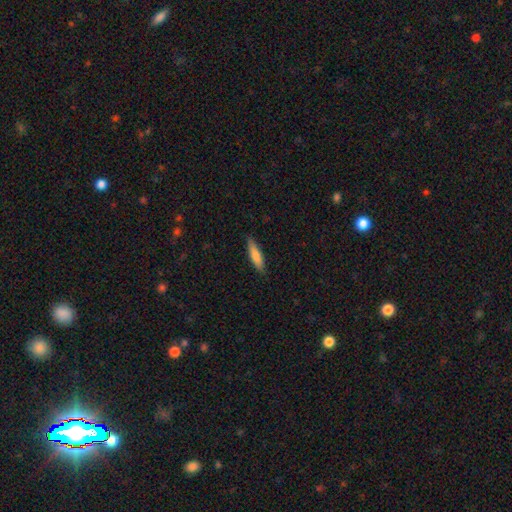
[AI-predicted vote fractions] A smooth galaxy with no disk features (79%) that is cigar-shaped (76%).

Vote fractions:
- Smooth or featured? smooth: 79% / featured or disk: 16% / star or artifact: 6%
- How rounded? cigar-shaped: 76% / in between: 22% / round: 1%
- Merging? none: 87% / minor disturbance: 10% / major disturbance: 2% / merger: 1%